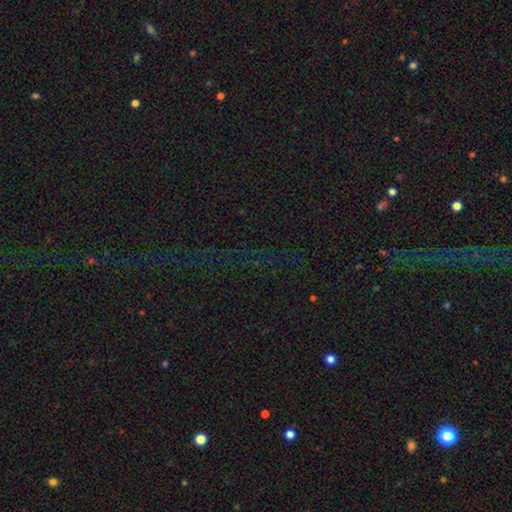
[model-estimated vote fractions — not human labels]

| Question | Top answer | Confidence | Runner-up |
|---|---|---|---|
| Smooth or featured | star or artifact | 75% | smooth (13%) |